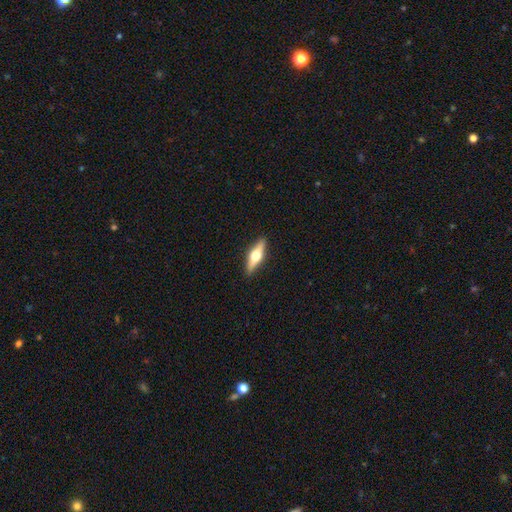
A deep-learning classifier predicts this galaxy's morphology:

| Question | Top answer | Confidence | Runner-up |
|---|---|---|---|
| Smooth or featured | featured or disk | 60% | smooth (34%) |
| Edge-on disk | yes | 95% | no (5%) |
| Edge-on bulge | rounded | 96% | boxy (3%) |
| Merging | none | 90% | minor disturbance (7%) |